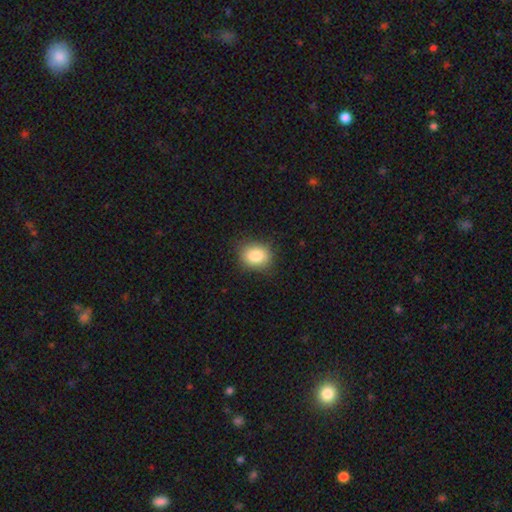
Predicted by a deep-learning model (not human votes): Overall: smooth (86%). How rounded: round (53%; in between 46%). Merging: none (84%).